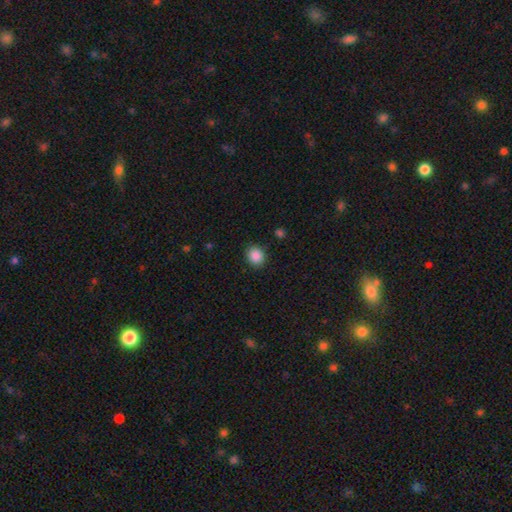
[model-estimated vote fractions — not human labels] Smooth or featured?
  - smooth: 88% *
  - star or artifact: 9%
  - featured or disk: 3%
How rounded?
  - round: 71% *
  - in between: 28%
  - cigar-shaped: 1%
Merging?
  - none: 88% *
  - minor disturbance: 8%
  - major disturbance: 2%
  - merger: 1%